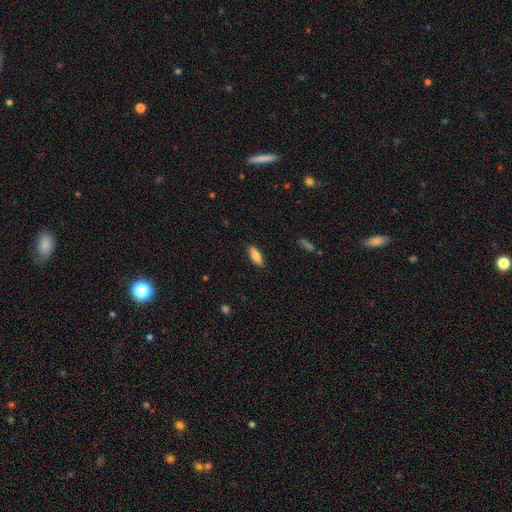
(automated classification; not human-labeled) This is likely a smooth galaxy (77%). How rounded: likely in between (66%). Merging: clearly none (86%).